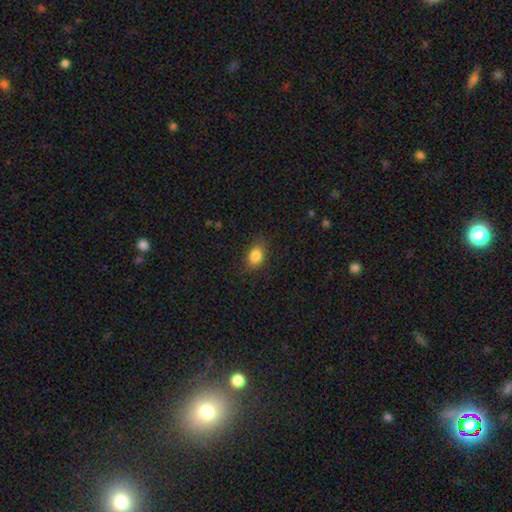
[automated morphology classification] smooth-or-featured: smooth: 85% | star or artifact: 9% | featured or disk: 6%
  how-rounded: in between: 77% | round: 21% | cigar-shaped: 2%
  merging: none: 82% | minor disturbance: 13% | major disturbance: 4% | merger: 1%